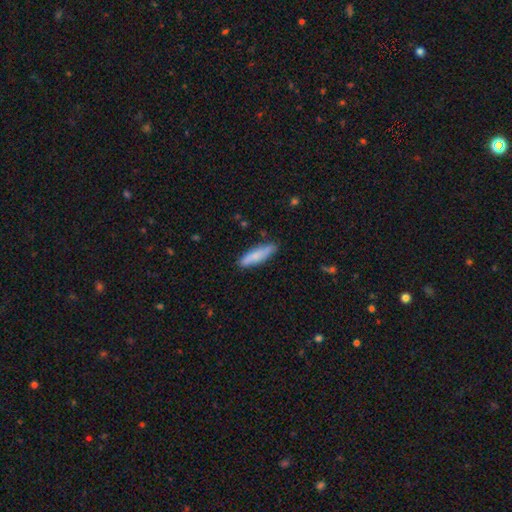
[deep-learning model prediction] A smooth galaxy with no disk features (76%) that is cigar-shaped (69%). Merging: none (83%).